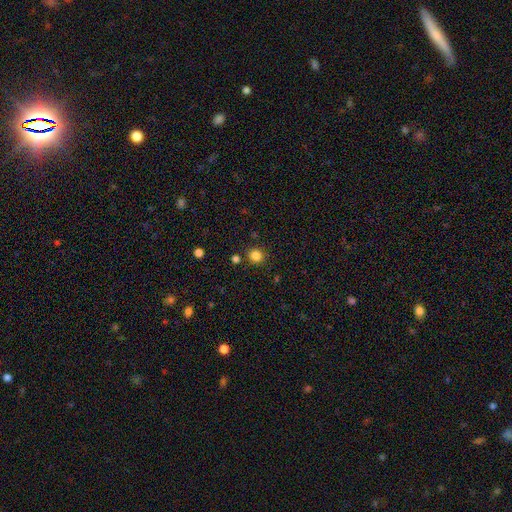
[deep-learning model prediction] Smooth or featured? Predicted: smooth (p=0.83). How rounded? Predicted: round (p=0.85). Merging? Predicted: none (p=0.86).